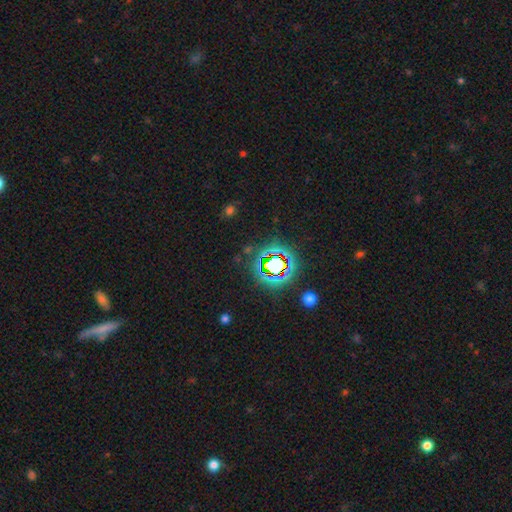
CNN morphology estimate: Smooth or featured?
  - star or artifact: 75% *
  - smooth: 15%
  - featured or disk: 10%